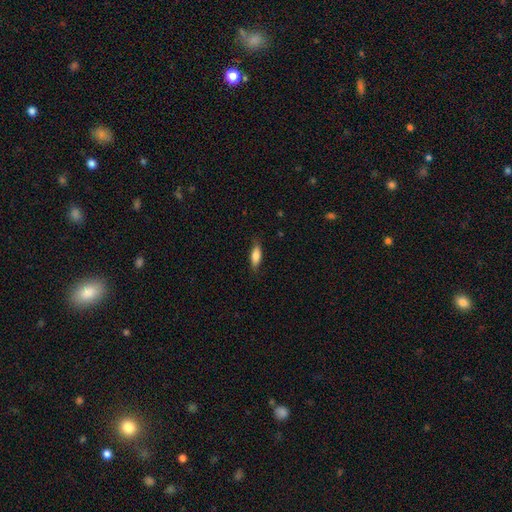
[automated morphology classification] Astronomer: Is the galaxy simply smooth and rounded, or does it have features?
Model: smooth — 77%.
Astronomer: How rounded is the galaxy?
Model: in between — 57% (runner-up: cigar-shaped, 41%).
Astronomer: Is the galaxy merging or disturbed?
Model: none — 81%.